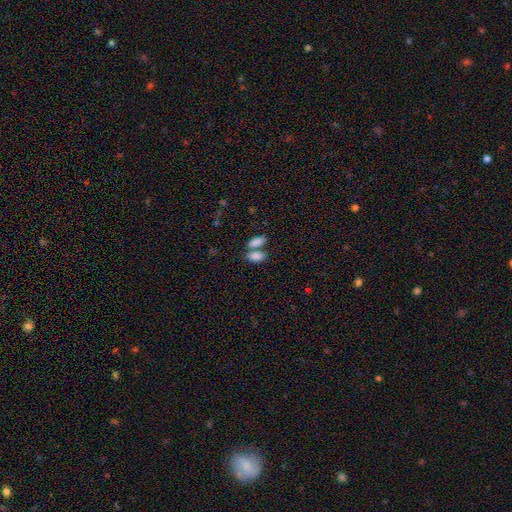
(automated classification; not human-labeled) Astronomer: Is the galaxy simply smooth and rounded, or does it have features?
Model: smooth — 86%.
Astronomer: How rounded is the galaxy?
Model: in between — 90%.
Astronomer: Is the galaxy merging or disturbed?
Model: merger — 47% (runner-up: none, 42%).